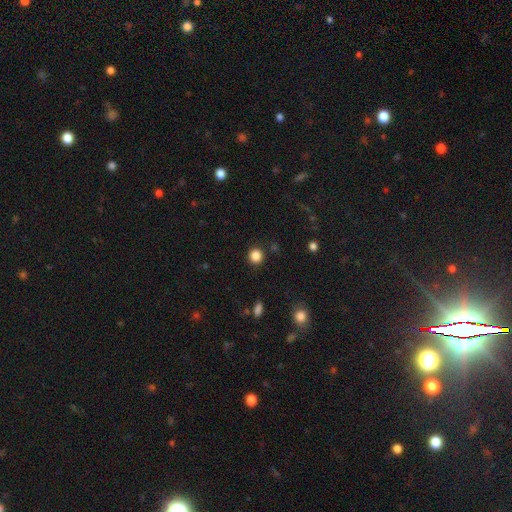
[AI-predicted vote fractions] smooth-or-featured: smooth: 85% | star or artifact: 12% | featured or disk: 3%
  how-rounded: round: 92% | in between: 7% | cigar-shaped: 1%
  merging: none: 90% | minor disturbance: 6% | major disturbance: 2% | merger: 2%